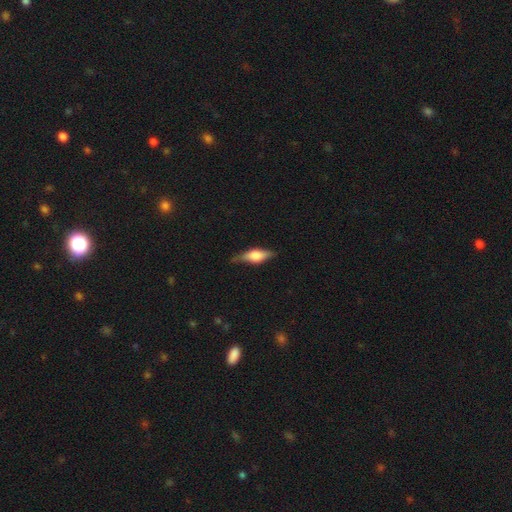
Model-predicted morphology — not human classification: Smooth or featured?
  - featured or disk: 52% *
  - smooth: 41%
  - star or artifact: 7%
Edge-on disk?
  - yes: 92% *
  - no: 8%
Merging?
  - none: 76% *
  - minor disturbance: 19%
  - major disturbance: 4%
  - merger: 1%